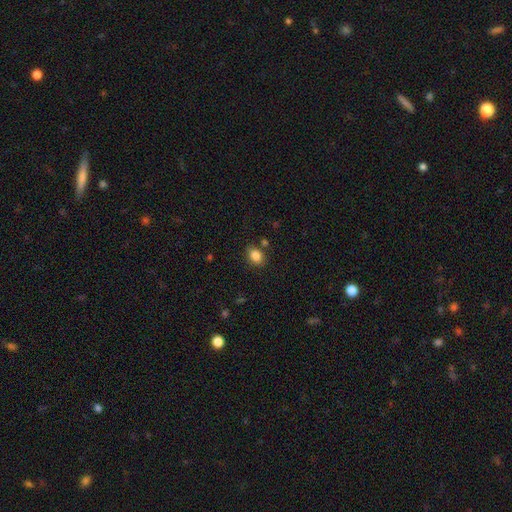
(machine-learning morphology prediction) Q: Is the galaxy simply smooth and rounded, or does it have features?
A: smooth — 85%.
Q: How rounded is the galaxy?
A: in between — 75%.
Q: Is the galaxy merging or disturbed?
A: none — 79%.